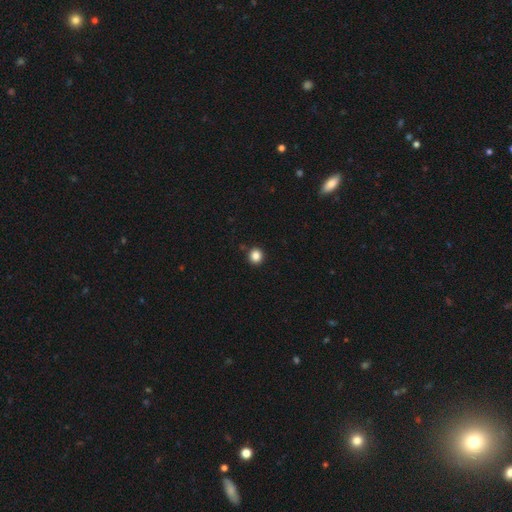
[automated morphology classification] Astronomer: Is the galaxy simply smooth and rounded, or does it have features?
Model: smooth — 86%.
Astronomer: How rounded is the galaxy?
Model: round — 93%.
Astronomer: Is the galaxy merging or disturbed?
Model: none — 91%.